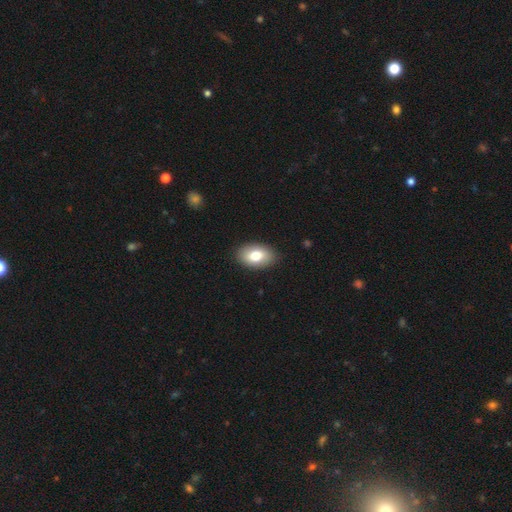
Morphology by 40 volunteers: type=smooth (82%); roundness=in between (91%); merging=none (95%).